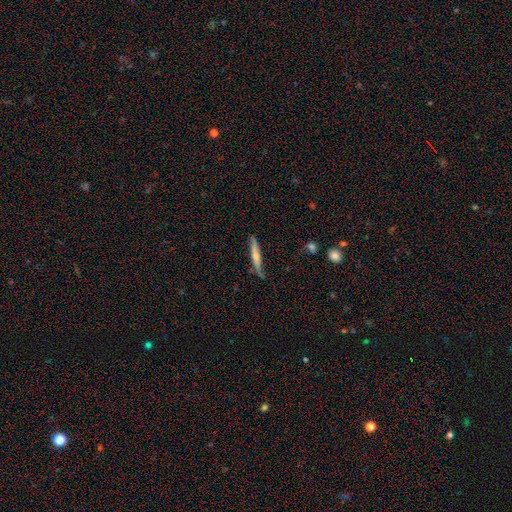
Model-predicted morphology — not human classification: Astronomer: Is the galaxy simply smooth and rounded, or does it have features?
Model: smooth — 48% (runner-up: featured or disk, 46%).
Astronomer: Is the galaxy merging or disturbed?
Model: none — 76%.